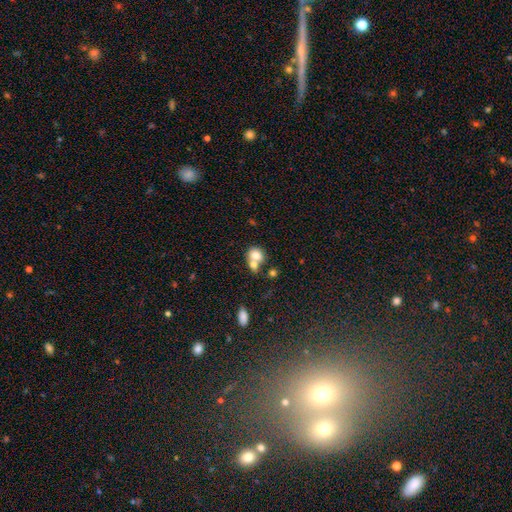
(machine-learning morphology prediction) This is likely a smooth galaxy (75%). How rounded: possibly round (53%). Merging: likely merger (61%).